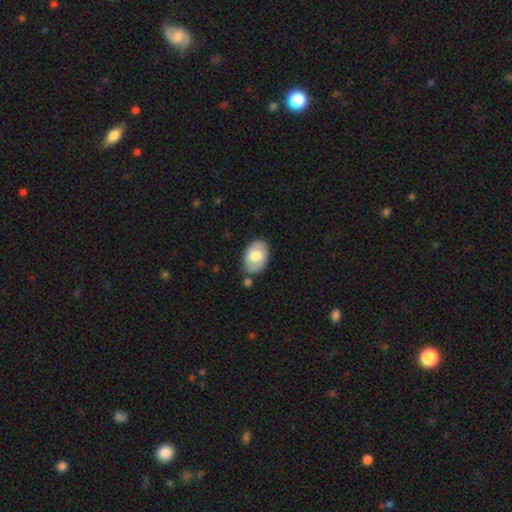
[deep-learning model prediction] The model was most divided on "smooth or featured": smooth: 67%, featured or disk: 27%, star or artifact: 6%. More confident: how rounded — in between (87%); merging — none (72%).